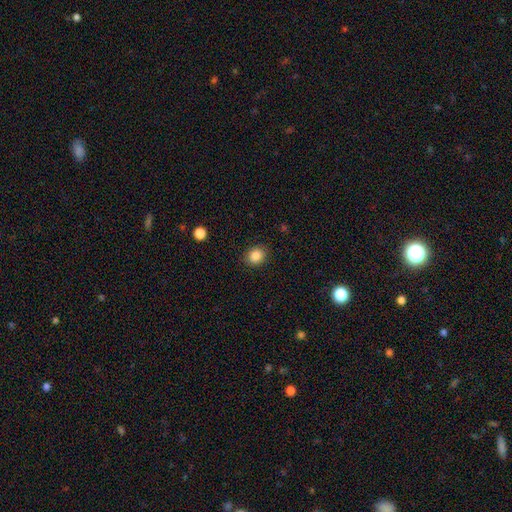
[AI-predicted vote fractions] smooth 86%, star or artifact 10%, featured or disk 4%. Down the decision tree: how rounded — round (61%); merging — none (88%).